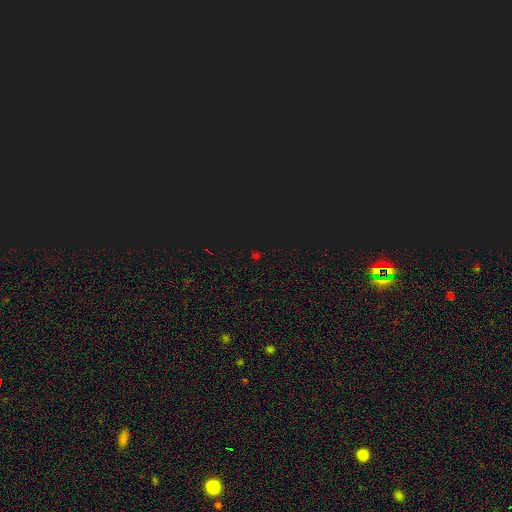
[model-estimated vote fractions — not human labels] Smooth or featured? star or artifact (69%)